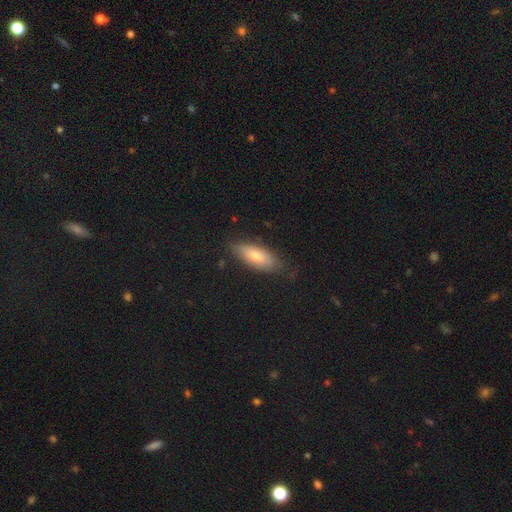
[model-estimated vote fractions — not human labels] smooth-or-featured: smooth: 71% | featured or disk: 22% | star or artifact: 7%
  how-rounded: in between: 69% | cigar-shaped: 29% | round: 2%
  merging: none: 80% | minor disturbance: 16% | major disturbance: 3% | merger: 1%